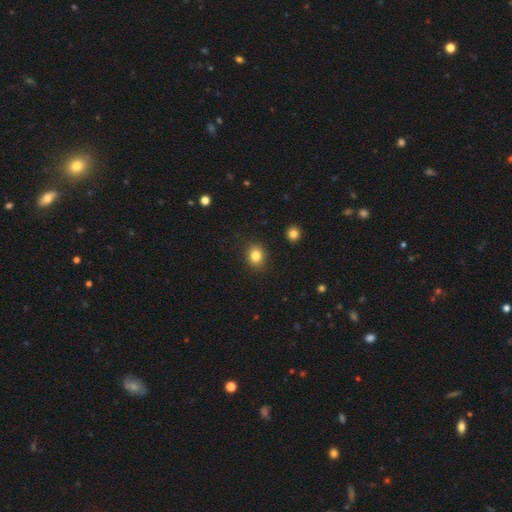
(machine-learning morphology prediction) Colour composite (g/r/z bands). It shows a smooth galaxy with no disk features (82%) that is round (65%). Merging: none (88%).